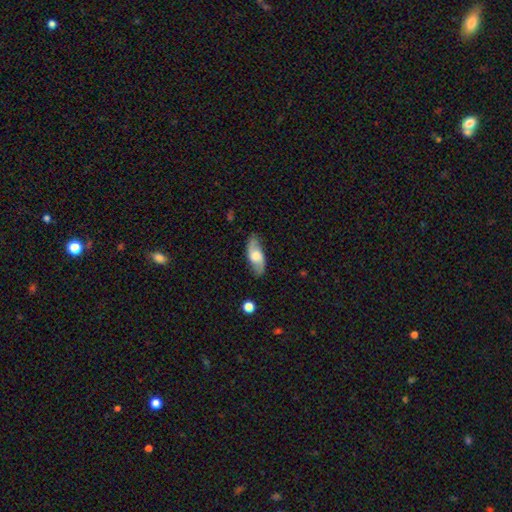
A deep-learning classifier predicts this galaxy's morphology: Smooth or featured? featured or disk (65%)
Edge-on disk? no (89%)
Bar? no (55%)
Spiral arms? yes (91%)
Spiral winding? loose (54%)
Spiral arm count? 2 (90%)
Bulge size? moderate (48%)
Merging? none (81%)